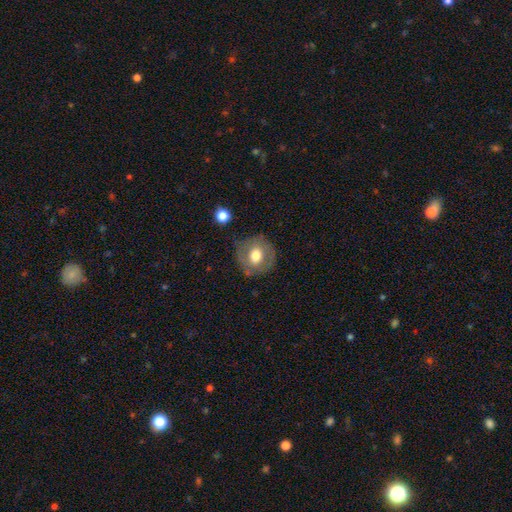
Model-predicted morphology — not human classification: The model was most divided on "smooth or featured": smooth: 60%, featured or disk: 32%, star or artifact: 8%. More confident: how rounded — round (80%); merging — none (75%).